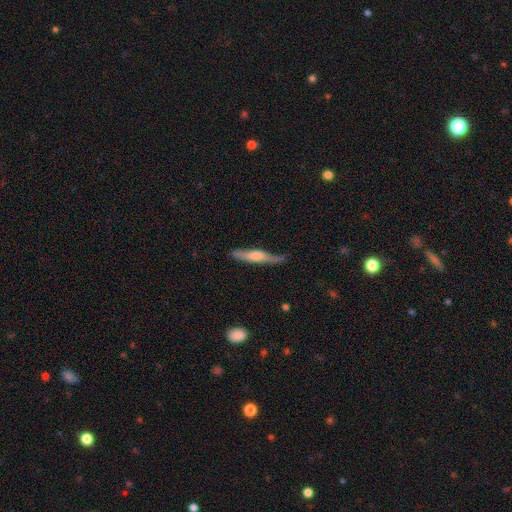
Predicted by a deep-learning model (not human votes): A featured or disk galaxy (47%, tied with smooth).

Vote fractions:
- Smooth or featured? featured or disk: 47% (tied) / smooth: 47% (tied) / star or artifact: 6%
- Merging? none: 65% / minor disturbance: 26% / major disturbance: 7% / merger: 2%